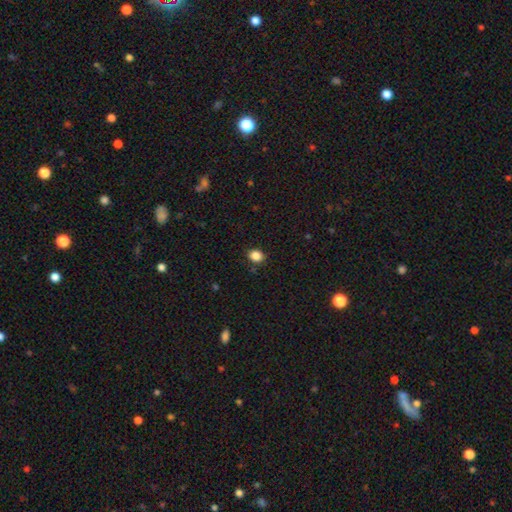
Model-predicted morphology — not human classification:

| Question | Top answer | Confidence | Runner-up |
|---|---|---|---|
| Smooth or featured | smooth | 86% | star or artifact (10%) |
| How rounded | in between | 50% | round (49%) |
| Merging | none | 87% | minor disturbance (9%) |